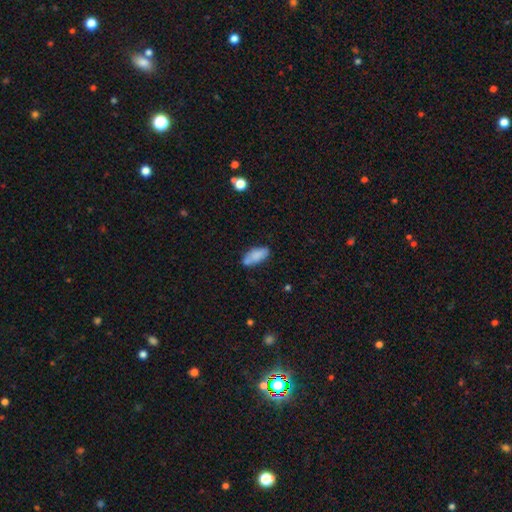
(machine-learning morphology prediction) A smooth galaxy with no disk features (82%) that is in between round and cigar-shaped (83%). Merging: none (66%).